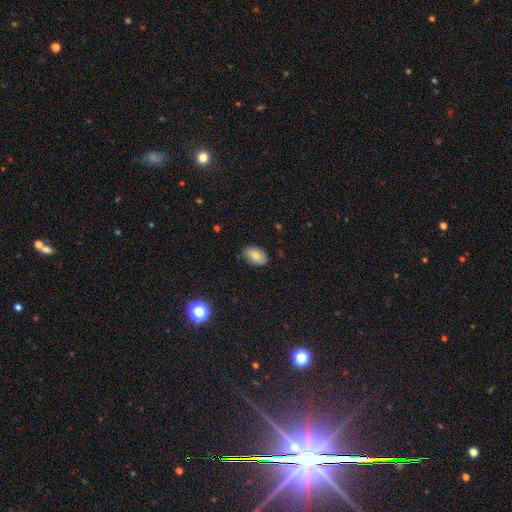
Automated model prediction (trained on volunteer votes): Morphology: type=smooth (80%); roundness=in between (91%); merging=none (81%).